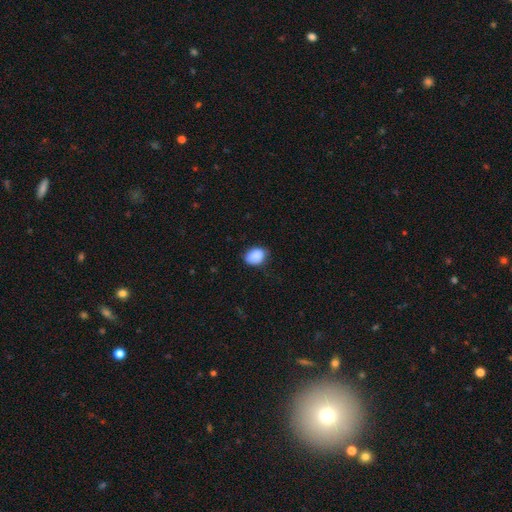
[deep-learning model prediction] This appears to be a smooth galaxy with no disk features (88%) that is in between round and cigar-shaped (66%). Merging: none (73%).